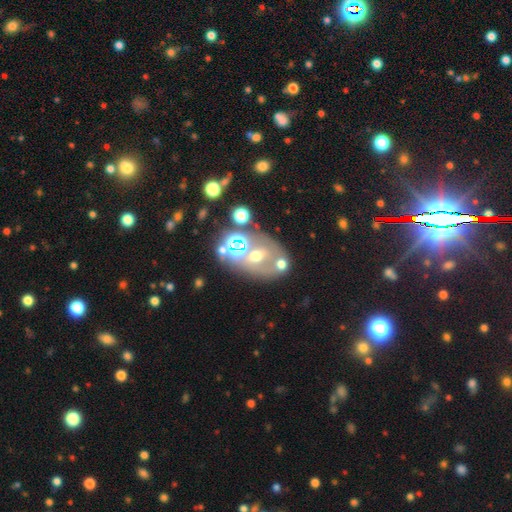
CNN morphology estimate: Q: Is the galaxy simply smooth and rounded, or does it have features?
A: featured or disk — 41%.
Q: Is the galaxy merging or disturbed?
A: none — 51%.